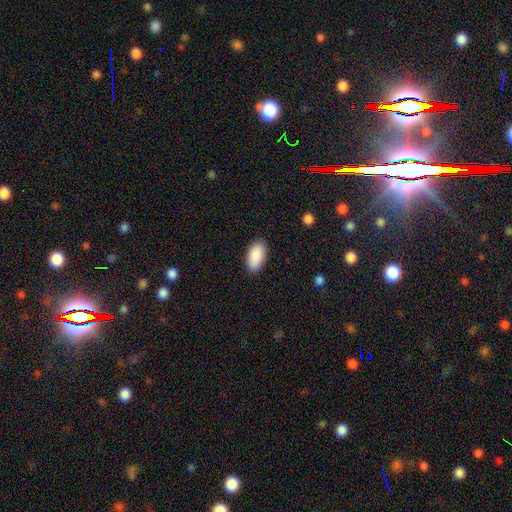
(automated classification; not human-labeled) Overall: smooth (90%). How rounded: in between (95%). Merging: none (88%).